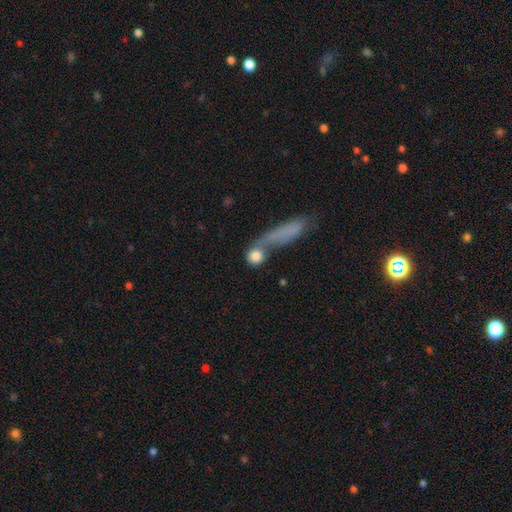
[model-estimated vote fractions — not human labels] This is likely a smooth galaxy (78%). How rounded: likely round (78%). Merging: marginally none (37%).